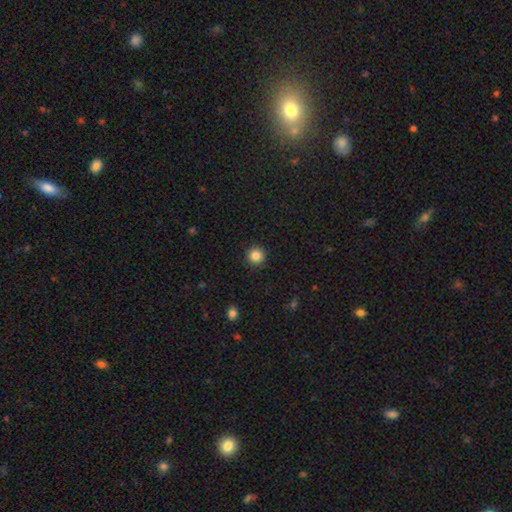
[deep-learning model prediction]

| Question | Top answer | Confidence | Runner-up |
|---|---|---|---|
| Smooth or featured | smooth | 85% | star or artifact (10%) |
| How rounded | round | 95% | in between (4%) |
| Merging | none | 92% | minor disturbance (5%) |